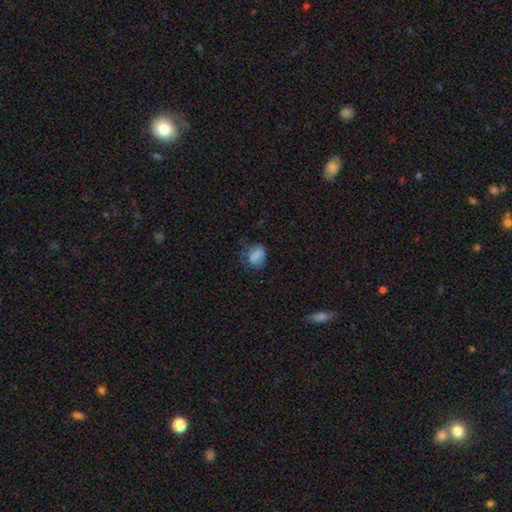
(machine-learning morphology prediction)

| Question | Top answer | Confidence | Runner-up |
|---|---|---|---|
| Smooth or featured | smooth | 79% | featured or disk (11%) |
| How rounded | in between | 67% | round (31%) |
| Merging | none | 51% | minor disturbance (31%) |